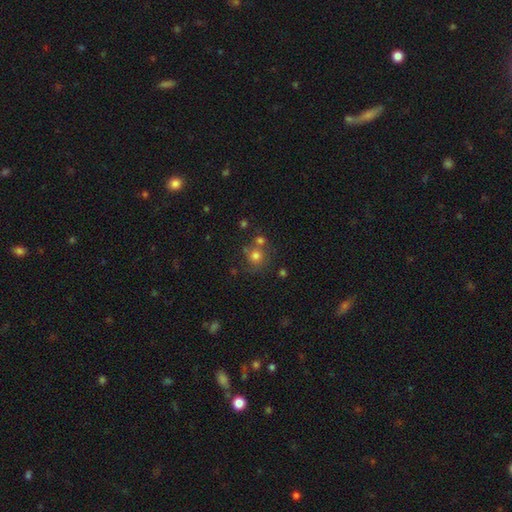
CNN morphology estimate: Smooth or featured: smooth — 72% (star or artifact — 14%)
How rounded: round — 87% (in between — 12%)
Merging: none — 59% (merger — 23%)